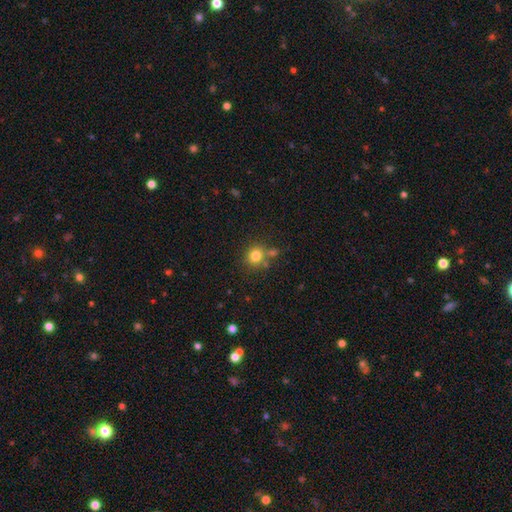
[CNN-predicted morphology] smooth-or-featured: smooth: 80% | star or artifact: 13% | featured or disk: 8%
  how-rounded: round: 84% | in between: 15% | cigar-shaped: 1%
  merging: none: 68% | merger: 17% | minor disturbance: 11% | major disturbance: 4%